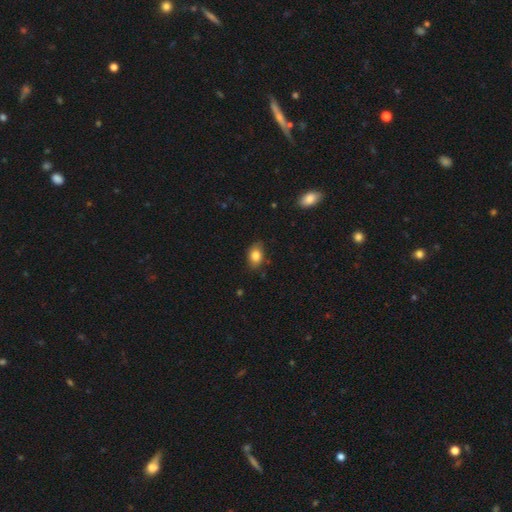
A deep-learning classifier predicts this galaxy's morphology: Smooth or featured? Predicted: smooth (p=0.82). How rounded? Predicted: in between (p=0.82). Merging? Predicted: none (p=0.79).